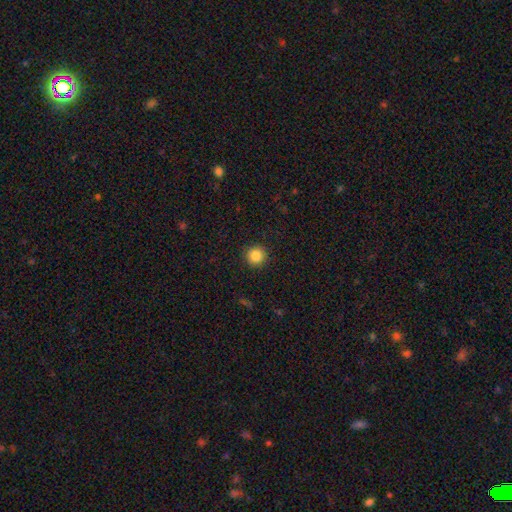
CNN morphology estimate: Smooth or featured? smooth (87%)
How rounded? round (95%)
Merging? none (92%)